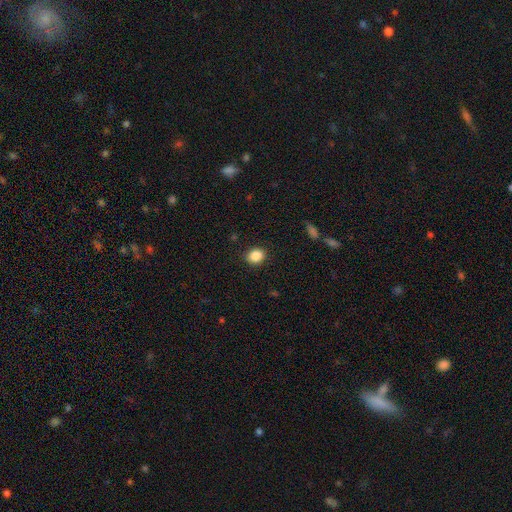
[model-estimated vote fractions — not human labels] This is clearly a smooth galaxy (87%). How rounded: likely round (60%). Merging: clearly none (89%).